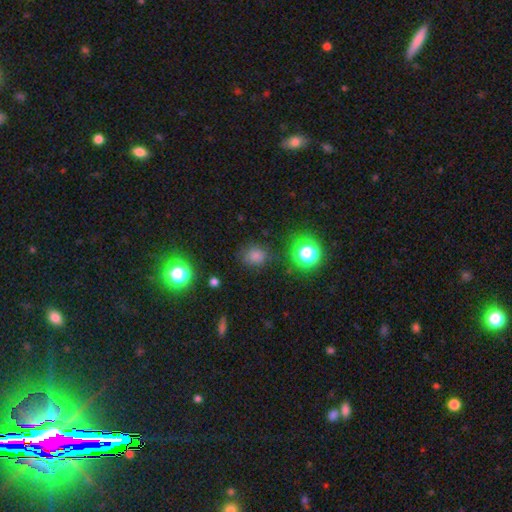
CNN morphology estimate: A smooth galaxy with no disk features (74%) that is round (68%).

Vote fractions:
- Smooth or featured? smooth: 74% / star or artifact: 21% / featured or disk: 5%
- How rounded? round: 68% / in between: 31% / cigar-shaped: 1%
- Merging? none: 81% / minor disturbance: 13% / major disturbance: 4% / merger: 2%